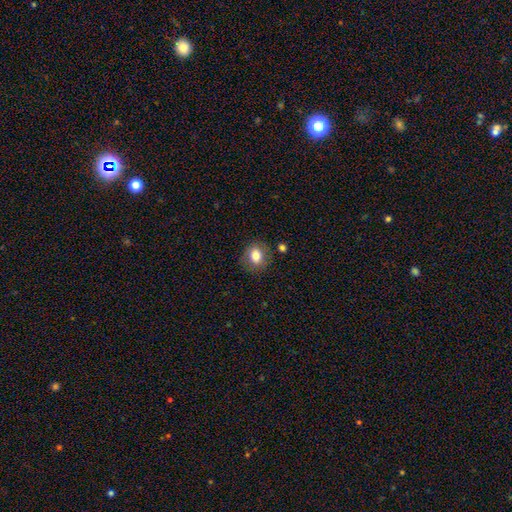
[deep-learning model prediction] The model was most divided on "how rounded": round: 65%, in between: 34%, cigar-shaped: 1%. More confident: merging — none (81%); smooth or featured — smooth (80%).